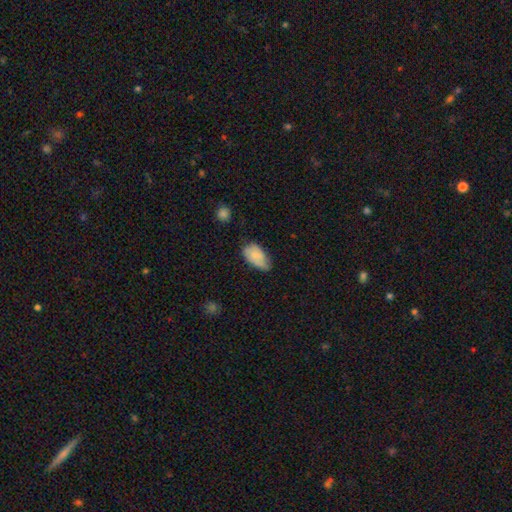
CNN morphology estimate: A smooth galaxy with no disk features (78%) that is in between round and cigar-shaped (94%). Merging: none (49%).